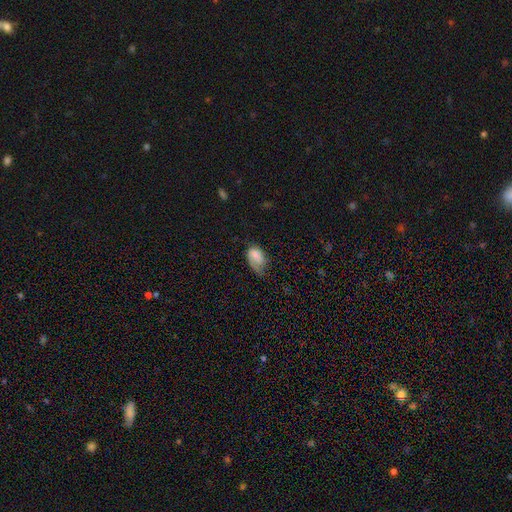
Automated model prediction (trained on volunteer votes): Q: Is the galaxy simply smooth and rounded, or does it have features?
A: smooth — 69%.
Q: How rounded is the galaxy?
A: in between — 90%.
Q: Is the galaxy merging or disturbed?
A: minor disturbance — 37%.